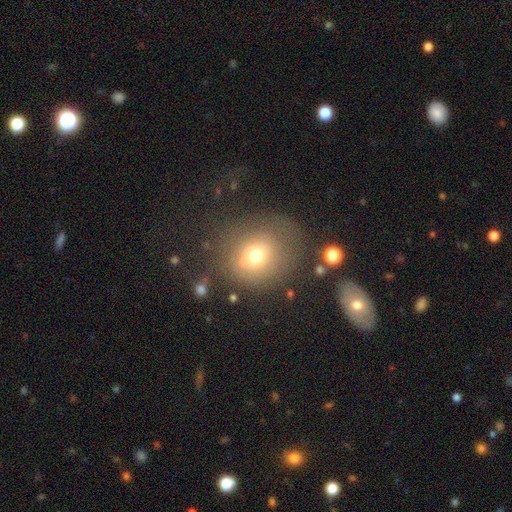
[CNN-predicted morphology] A smooth galaxy with no disk features (67%) that is round (74%).

Vote fractions:
- Smooth or featured? smooth: 67% / featured or disk: 19% / star or artifact: 14%
- How rounded? round: 74% / in between: 25% / cigar-shaped: 1%
- Merging? none: 52% / minor disturbance: 22% / major disturbance: 20% / merger: 6%